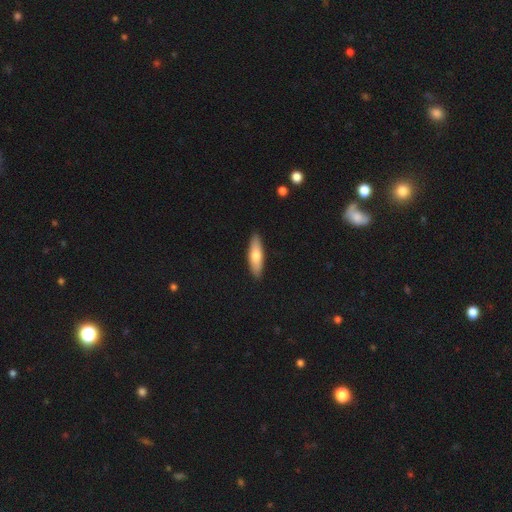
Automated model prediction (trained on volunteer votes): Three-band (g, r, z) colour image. It shows a smooth galaxy with no disk features (70%) that is cigar-shaped (55%). Merging: none (89%).